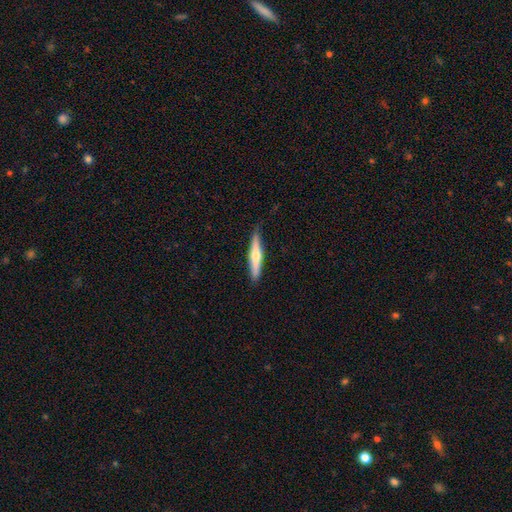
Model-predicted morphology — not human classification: smooth-or-featured: featured or disk: 49% | smooth: 46% | star or artifact: 5%
  merging: none: 84% | minor disturbance: 12% | major disturbance: 2% | merger: 1%